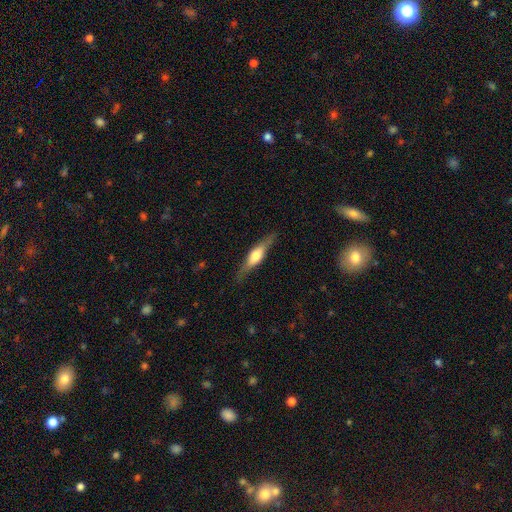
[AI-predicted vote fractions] Smooth or featured? Predicted: featured or disk (p=0.55). Edge-on disk? Predicted: yes (p=0.91). Edge-on bulge? Predicted: rounded (p=0.82). Merging? Predicted: none (p=0.81).